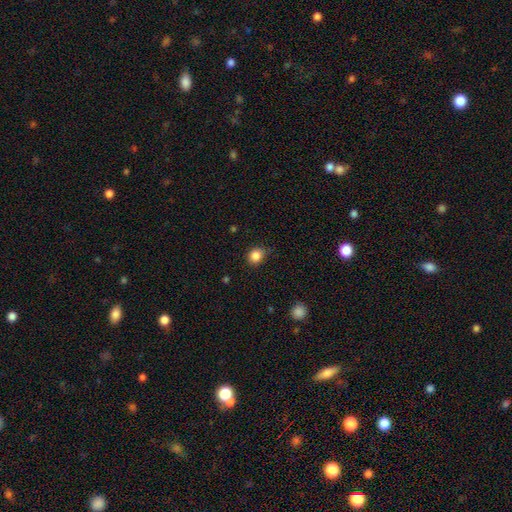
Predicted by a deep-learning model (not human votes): smooth_or_featured: smooth (p=0.85) [alt: star or artifact p=0.11]
how_rounded: round (p=0.76) [alt: in between p=0.23]
merging: none (p=0.78) [alt: minor disturbance p=0.17]